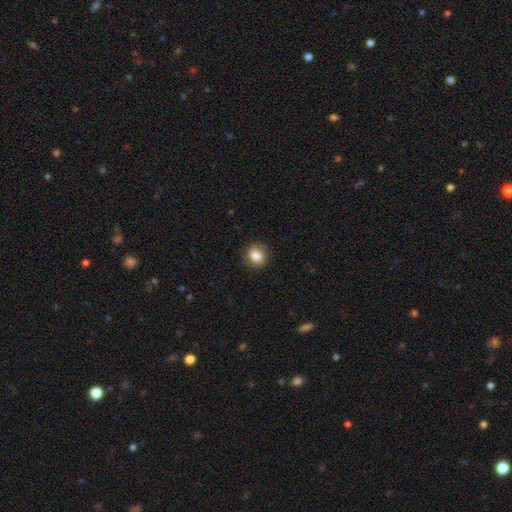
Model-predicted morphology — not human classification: Q: Smooth or featured?
A: smooth (83%); runner-up: star or artifact (9%)
Q: How rounded?
A: round (78%); runner-up: in between (21%)
Q: Merging?
A: none (88%); runner-up: minor disturbance (8%)